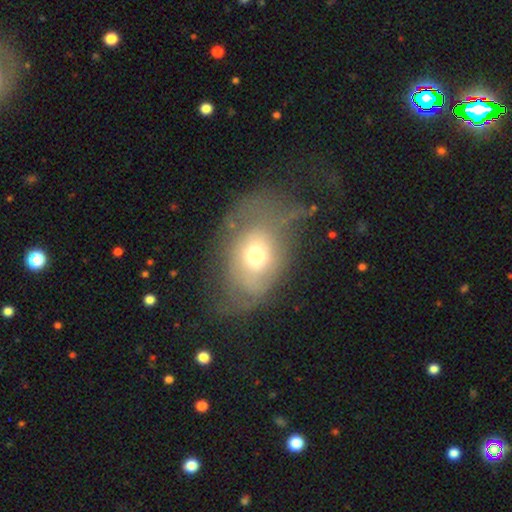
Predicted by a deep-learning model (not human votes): Smooth or featured? smooth (51%)
How rounded? in between (72%)
Merging? major disturbance (37%)